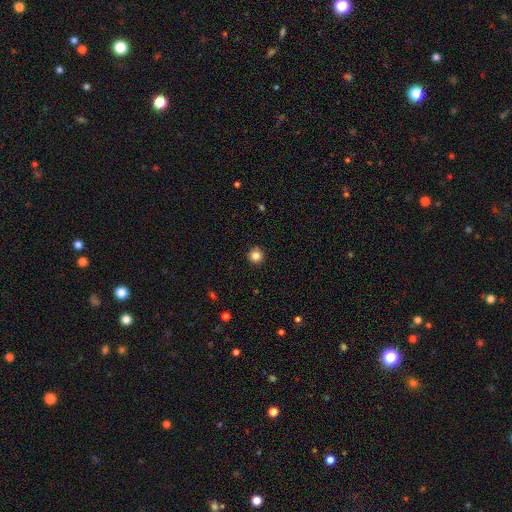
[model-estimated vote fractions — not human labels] This appears to be a smooth galaxy with no disk features (84%) that is round (96%). Merging: none (90%).